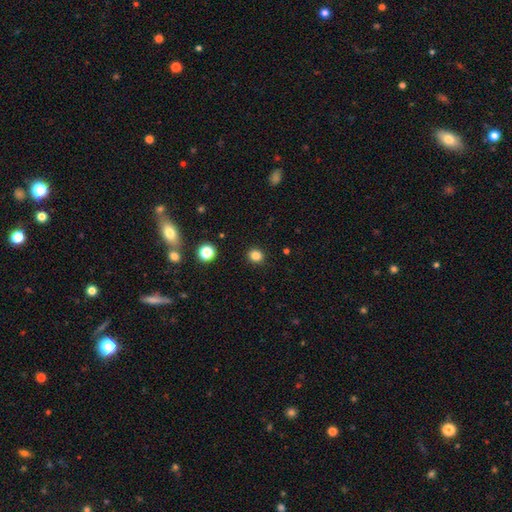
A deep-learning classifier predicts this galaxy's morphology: smooth-or-featured: smooth: 83% | star or artifact: 13% | featured or disk: 4%
  how-rounded: round: 85% | in between: 14% | cigar-shaped: 1%
  merging: none: 91% | minor disturbance: 6% | major disturbance: 2% | merger: 1%